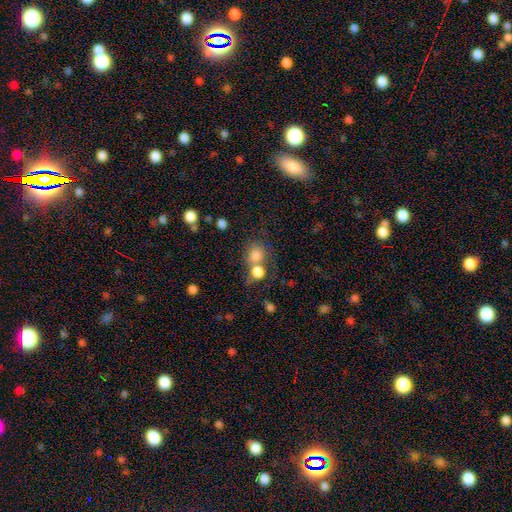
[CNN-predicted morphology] smooth_or_featured: smooth (p=0.79) [alt: star or artifact p=0.13]
how_rounded: round (p=0.80) [alt: in between p=0.19]
merging: none (p=0.47) [alt: merger p=0.39]